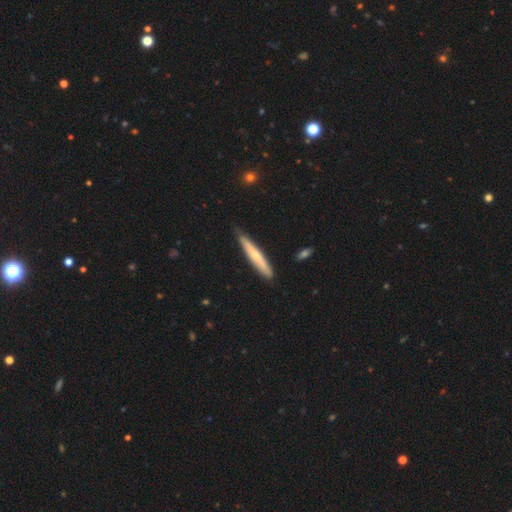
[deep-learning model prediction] smooth-or-featured: smooth: 54% | featured or disk: 41% | star or artifact: 5%
  how-rounded: cigar-shaped: 94% | in between: 5% | round: 1%
  merging: none: 84% | minor disturbance: 13% | major disturbance: 2% | merger: 1%